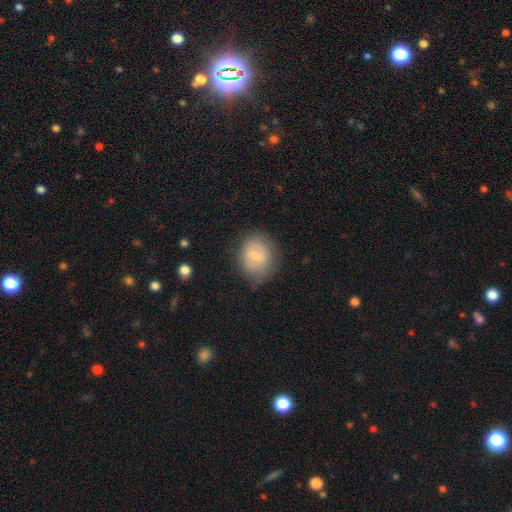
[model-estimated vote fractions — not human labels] smooth 60%, featured or disk 32%, star or artifact 8%. Down the decision tree: how rounded — round (58%); merging — none (67%).